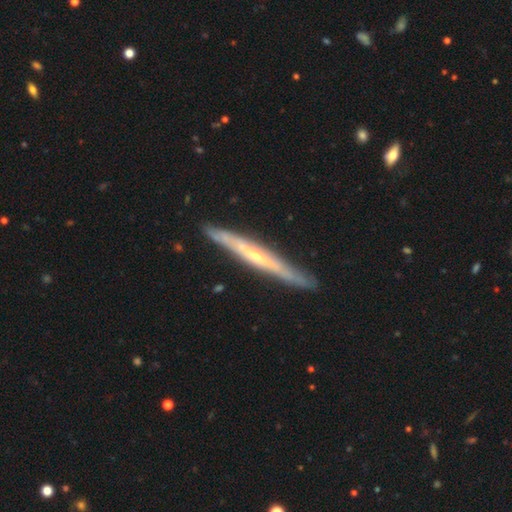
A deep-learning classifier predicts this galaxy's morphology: The model was most divided on "edge-on bulge": rounded: 54%, none: 41%, boxy: 5%. More confident: edge-on disk — yes (93%); merging — none (87%); smooth or featured — featured or disk (74%).